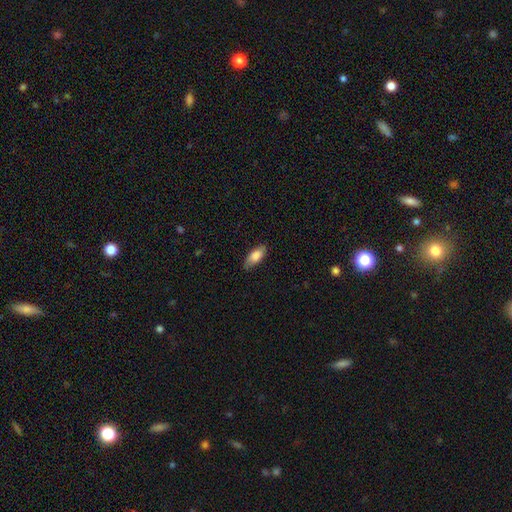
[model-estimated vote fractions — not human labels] Smooth or featured? smooth (82%)
How rounded? in between (83%)
Merging? none (77%)